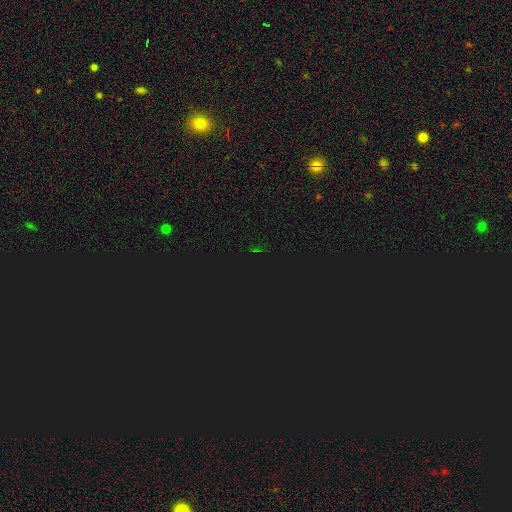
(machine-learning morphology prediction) type=star or artifact (79%).